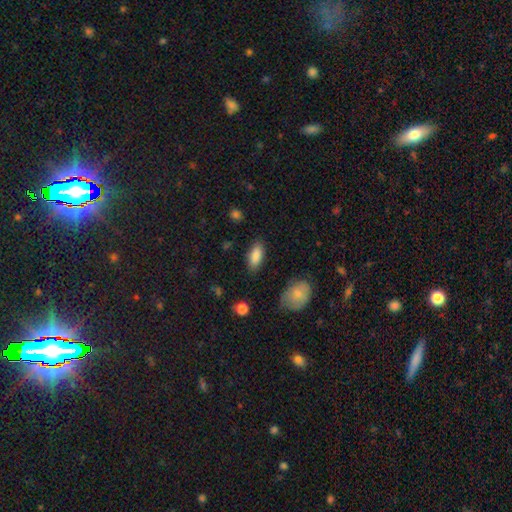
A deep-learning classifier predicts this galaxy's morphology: A smooth galaxy with no disk features (87%) that is in between round and cigar-shaped (87%). Merging: none (85%).